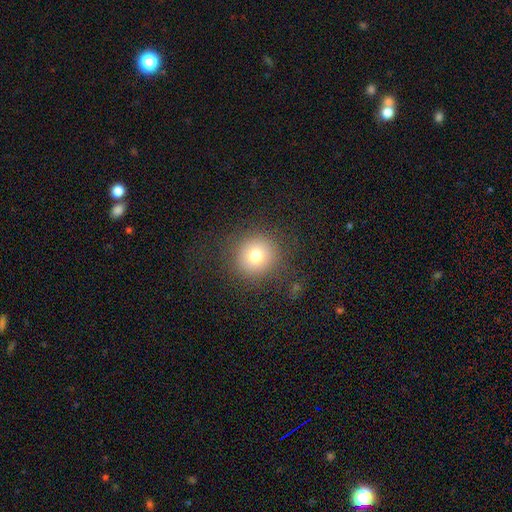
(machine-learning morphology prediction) smooth 76%, star or artifact 13%, featured or disk 11%. Down the decision tree: how rounded — round (93%); merging — none (87%).